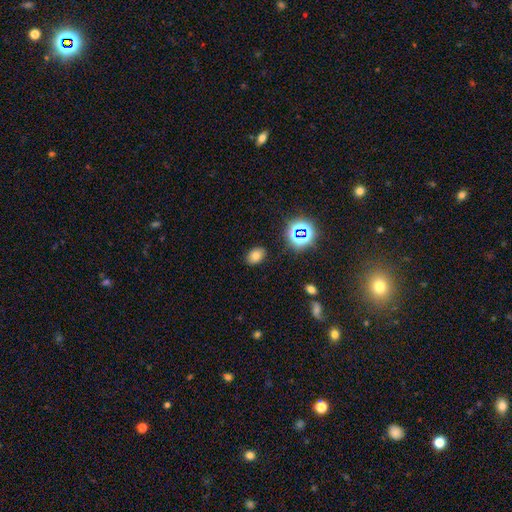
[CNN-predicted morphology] A smooth galaxy with no disk features (72%) that is in between round and cigar-shaped (79%). Merging: none (86%).